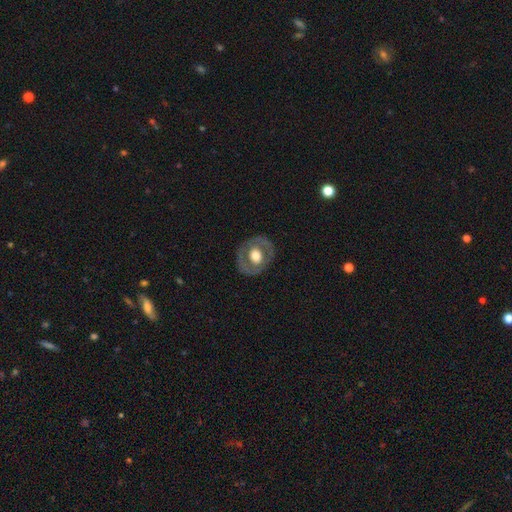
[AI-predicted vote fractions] Smooth or featured: featured or disk — 53% (smooth — 41%)
Edge-on disk: no — 95% (yes — 5%)
Bar: no — 81% (weak — 14%)
Spiral arms: no — 83% (yes — 17%)
Bulge size: moderate — 47% (large — 45%)
Merging: none — 80% (minor disturbance — 13%)